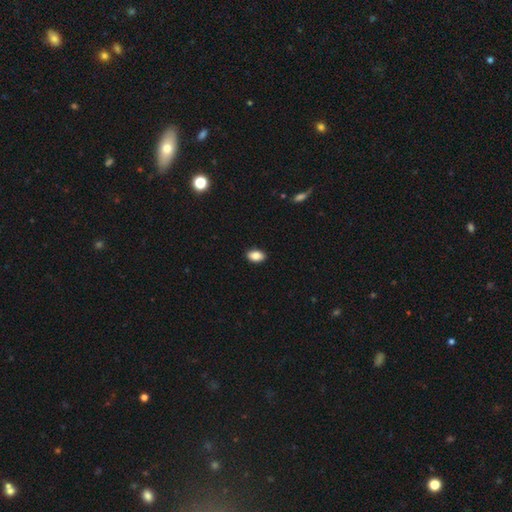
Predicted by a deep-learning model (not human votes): Overall: smooth (87%). How rounded: in between (89%). Merging: none (90%).